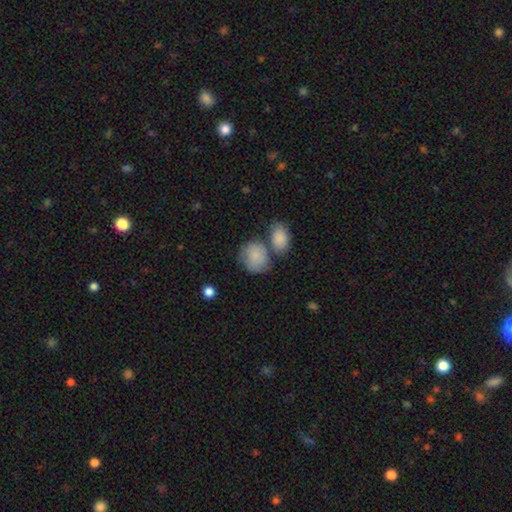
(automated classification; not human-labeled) Overall: smooth (84%). How rounded: round (61%; in between 38%). Merging: none (48%; merger 27%).